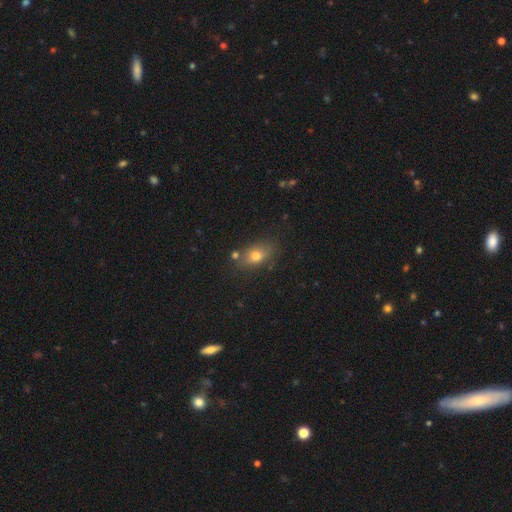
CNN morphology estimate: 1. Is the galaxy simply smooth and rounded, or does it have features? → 74% smooth, 13% featured or disk, 13% star or artifact.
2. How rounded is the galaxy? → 73% in between, 23% round, 4% cigar-shaped.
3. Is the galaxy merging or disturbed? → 74% none, 14% minor disturbance, 8% merger, 4% major disturbance.